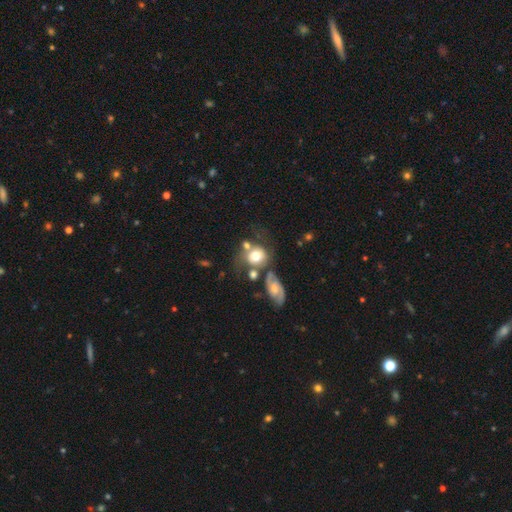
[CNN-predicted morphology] A smooth galaxy with no disk features (59%) that is round (68%).

Vote fractions:
- Smooth or featured? smooth: 59% / featured or disk: 33% / star or artifact: 8%
- How rounded? round: 68% / in between: 31% / cigar-shaped: 1%
- Merging? none: 35% / merger: 33% / minor disturbance: 17% / major disturbance: 15%